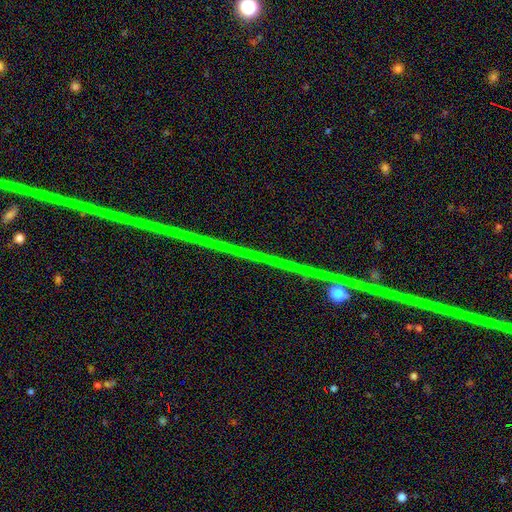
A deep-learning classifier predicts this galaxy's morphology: Smooth or featured: star or artifact — 77% (featured or disk — 15%)